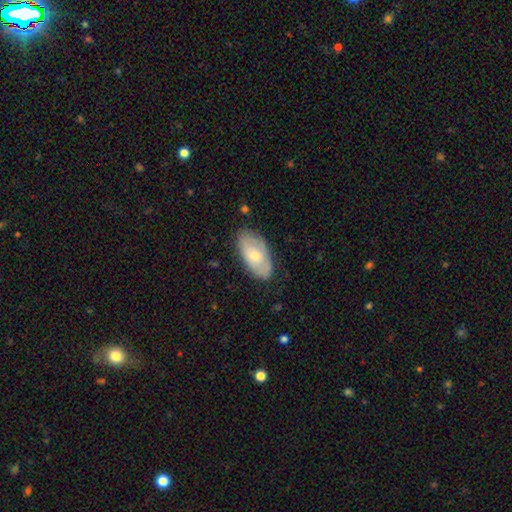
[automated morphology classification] A smooth galaxy with no disk features (63%) that is in between round and cigar-shaped (93%).

Vote fractions:
- Smooth or featured? smooth: 63% / featured or disk: 32% / star or artifact: 6%
- How rounded? in between: 93% / round: 3% / cigar-shaped: 3%
- Merging? none: 76% / minor disturbance: 19% / major disturbance: 4% / merger: 1%